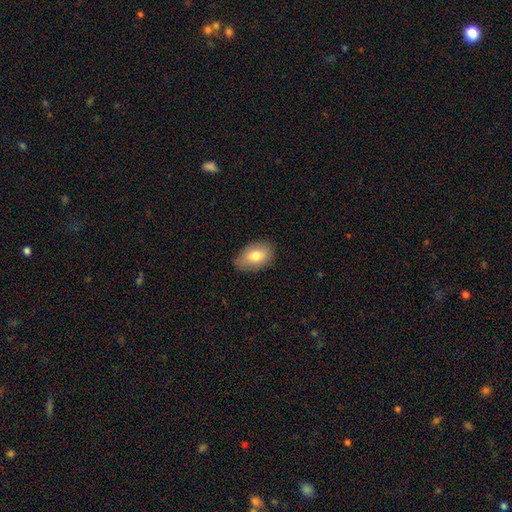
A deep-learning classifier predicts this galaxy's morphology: This is likely a smooth galaxy (77%). How rounded: clearly in between (89%). Merging: likely none (76%).